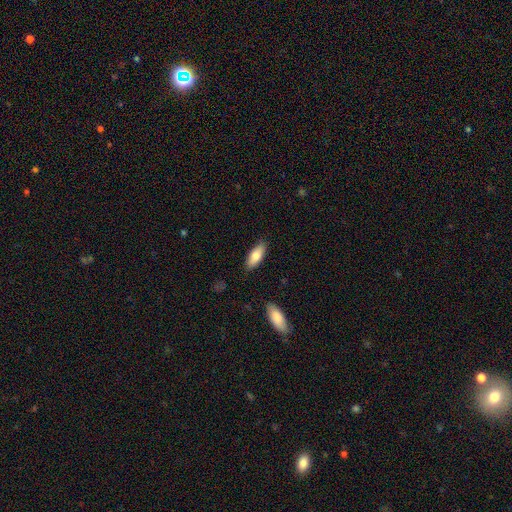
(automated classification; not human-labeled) smooth 80%, featured or disk 14%, star or artifact 6%. Down the decision tree: how rounded — in between (76%); merging — none (87%).